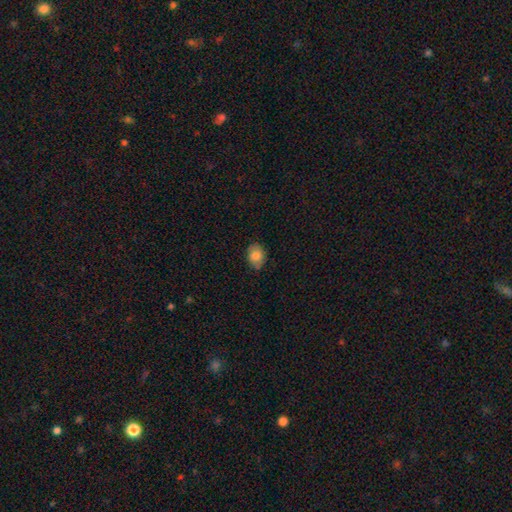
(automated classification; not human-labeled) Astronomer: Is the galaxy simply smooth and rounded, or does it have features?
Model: smooth — 83%.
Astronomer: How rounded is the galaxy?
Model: in between — 71%.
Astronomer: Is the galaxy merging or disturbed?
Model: none — 81%.